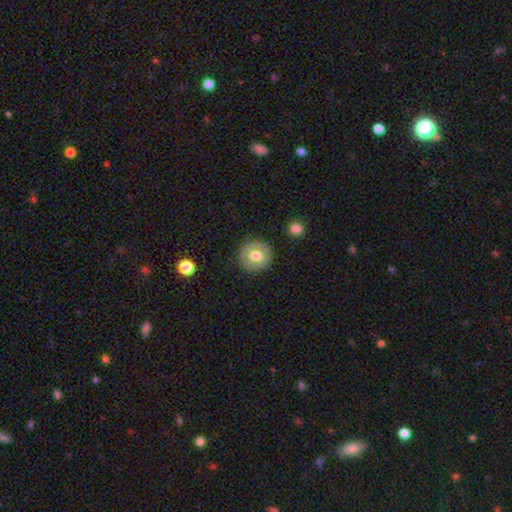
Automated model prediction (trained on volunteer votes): This is likely a smooth galaxy (67%). How rounded: clearly round (92%). Merging: clearly none (88%).